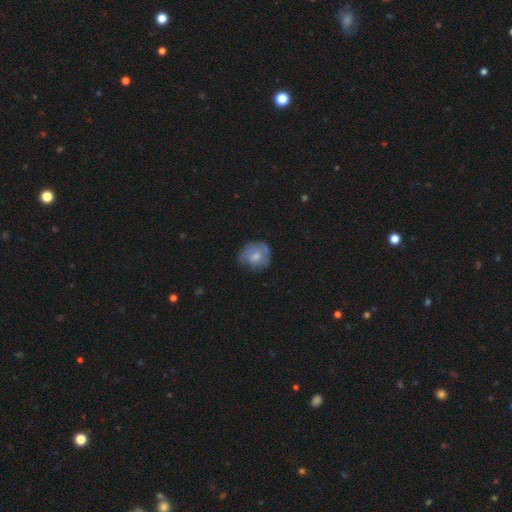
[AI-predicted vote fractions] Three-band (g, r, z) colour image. It shows a smooth galaxy with no disk features (49%). Merging: none (63%).